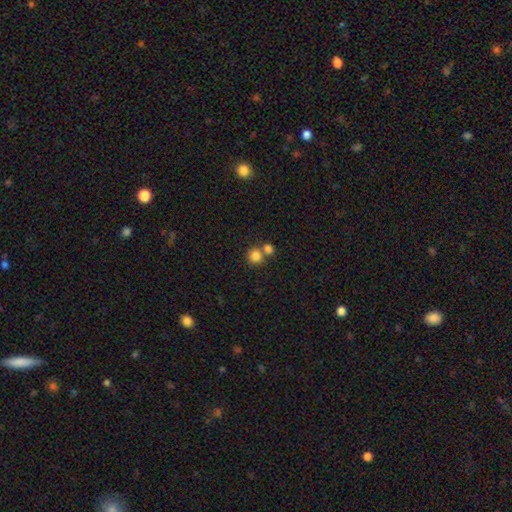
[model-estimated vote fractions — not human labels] Q: Smooth or featured?
A: smooth (82%); runner-up: star or artifact (11%)
Q: How rounded?
A: round (89%); runner-up: in between (10%)
Q: Merging?
A: none (54%); runner-up: merger (37%)